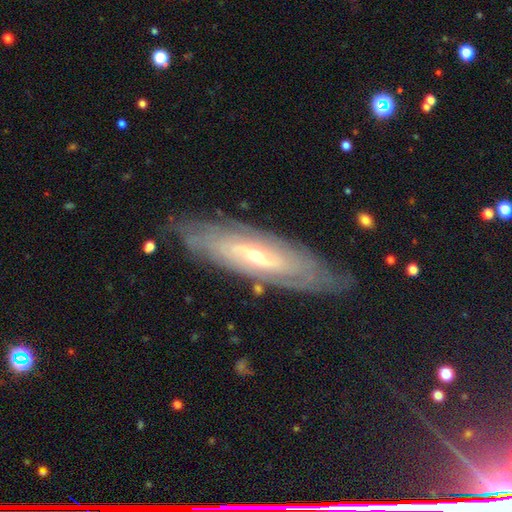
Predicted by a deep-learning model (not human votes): A featured or disk galaxy (79%) with no bar (50%), spiral arms (85%) and a small central bulge (62%). Merging: none (80%).